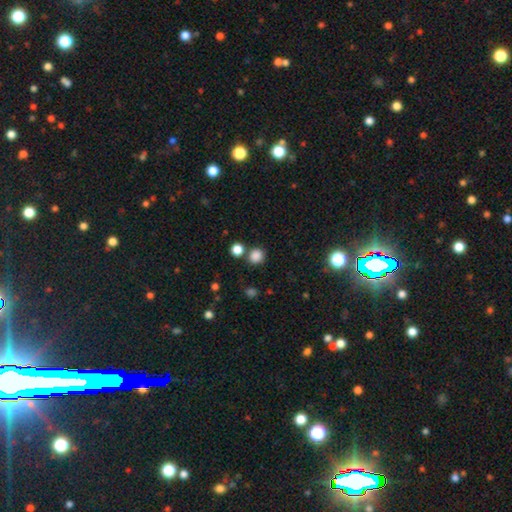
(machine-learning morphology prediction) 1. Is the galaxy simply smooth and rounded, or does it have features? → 83% smooth, 13% star or artifact, 4% featured or disk.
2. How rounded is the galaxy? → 85% round, 14% in between, 1% cigar-shaped.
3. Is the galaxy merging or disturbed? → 76% none, 12% merger, 9% minor disturbance, 3% major disturbance.